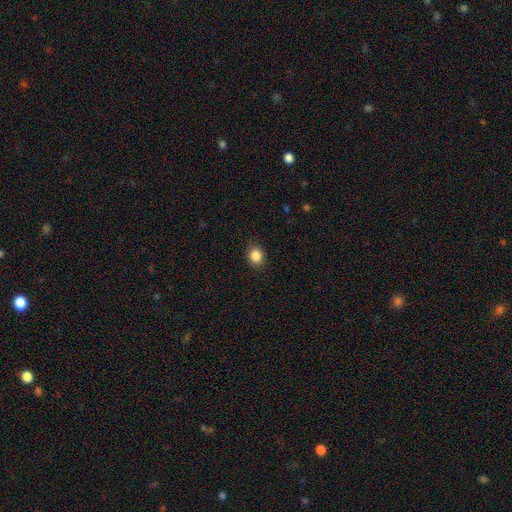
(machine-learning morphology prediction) Smooth or featured?
  - smooth: 85% *
  - star or artifact: 10%
  - featured or disk: 5%
How rounded?
  - round: 60% *
  - in between: 39%
  - cigar-shaped: 1%
Merging?
  - none: 87% *
  - minor disturbance: 10%
  - major disturbance: 2%
  - merger: 1%